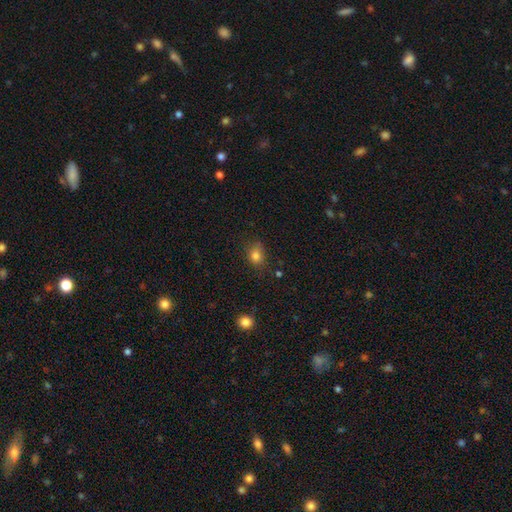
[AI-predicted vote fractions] Smooth or featured? Predicted: smooth (p=0.81). How rounded? Predicted: round (p=0.52). Merging? Predicted: none (p=0.73).